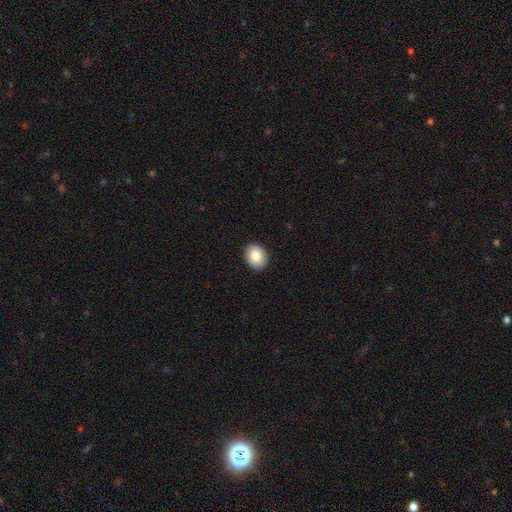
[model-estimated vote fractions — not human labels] smooth 82%, featured or disk 10%, star or artifact 8%. Down the decision tree: how rounded — round (52%); merging — none (91%).